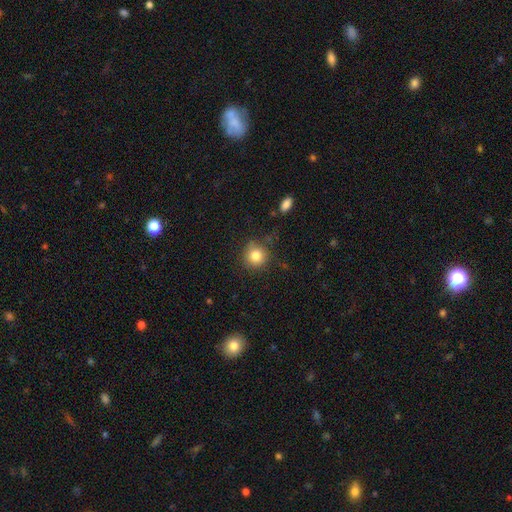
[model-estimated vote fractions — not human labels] This appears to be a smooth galaxy with no disk features (81%) that is round (91%). Merging: none (79%).